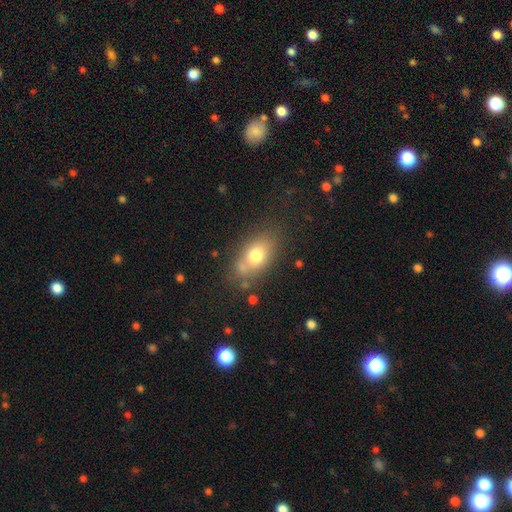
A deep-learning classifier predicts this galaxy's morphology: Q: Smooth or featured?
A: smooth (73%); runner-up: featured or disk (18%)
Q: How rounded?
A: in between (80%); runner-up: round (16%)
Q: Merging?
A: none (64%); runner-up: minor disturbance (18%)